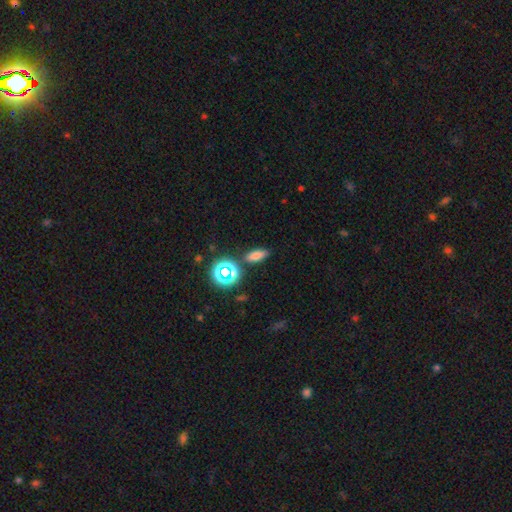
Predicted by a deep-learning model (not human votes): Morphology: type=smooth (71%); roundness=in between (67%); merging=none (83%).